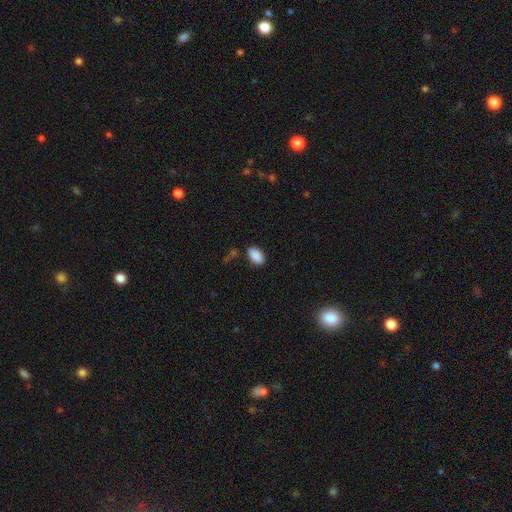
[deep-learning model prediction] A smooth galaxy with no disk features (89%) that is in between round and cigar-shaped (93%). Merging: none (83%).